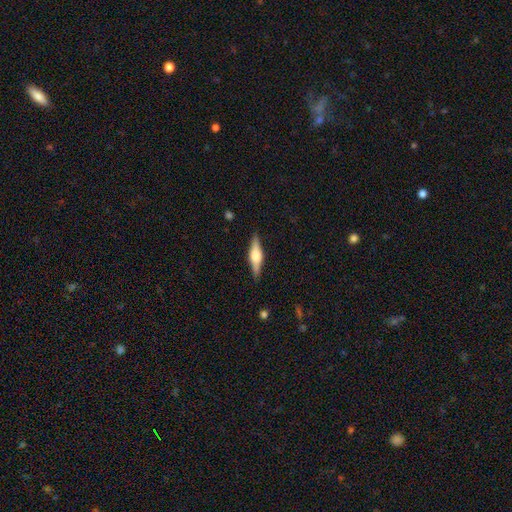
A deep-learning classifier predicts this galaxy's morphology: A featured or disk galaxy (69%) viewed edge-on (97%) with a rounded central bulge (90%). Merging: none (89%).